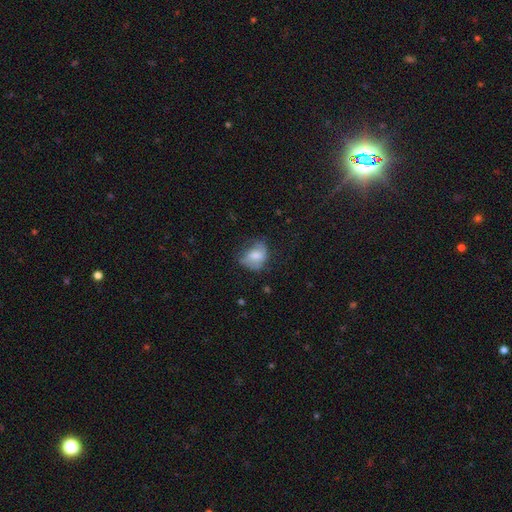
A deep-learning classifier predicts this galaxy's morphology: Smooth or featured? Predicted: smooth (p=0.62). How rounded? Predicted: in between (p=0.55). Merging? Predicted: none (p=0.46).